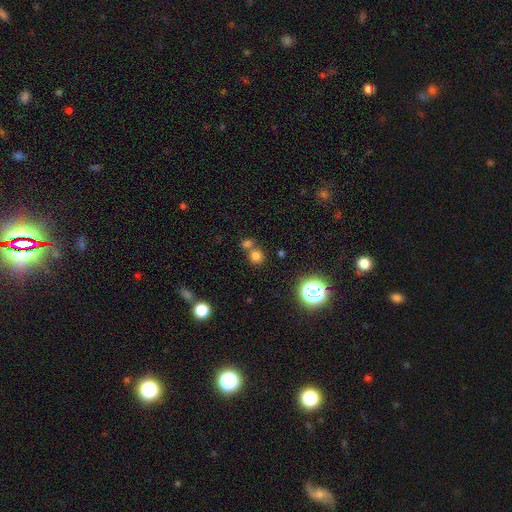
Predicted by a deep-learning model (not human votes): smooth 73%, star or artifact 21%, featured or disk 7%. Down the decision tree: how rounded — round (87%); merging — none (58%).